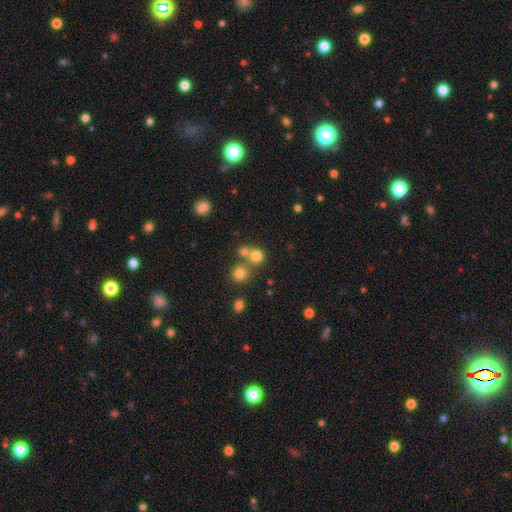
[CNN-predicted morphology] A smooth galaxy with no disk features (75%) that is round (87%). Merging: none (54%).